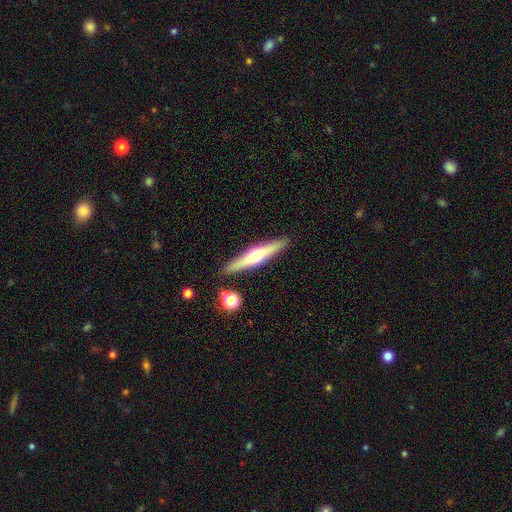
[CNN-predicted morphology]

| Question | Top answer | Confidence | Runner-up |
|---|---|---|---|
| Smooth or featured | featured or disk | 56% | smooth (38%) |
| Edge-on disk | yes | 95% | no (5%) |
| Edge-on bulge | rounded | 87% | none (8%) |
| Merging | none | 88% | minor disturbance (8%) |